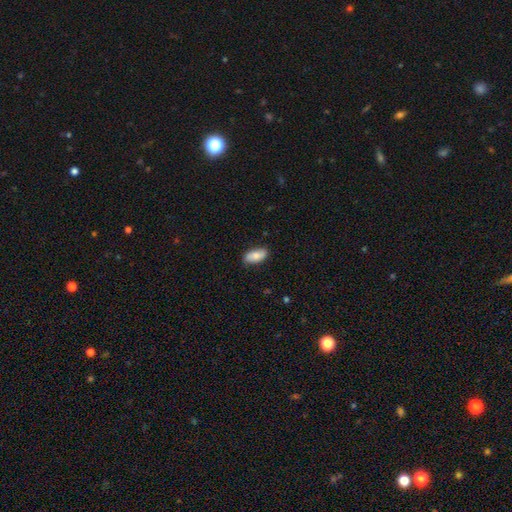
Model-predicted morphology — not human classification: Smooth or featured? Predicted: smooth (p=0.78). How rounded? Predicted: in between (p=0.90). Merging? Predicted: none (p=0.84).